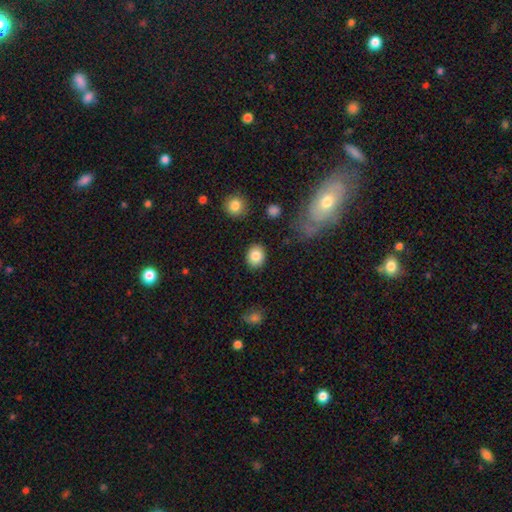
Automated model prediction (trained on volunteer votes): smooth 84%, star or artifact 9%, featured or disk 7%. Down the decision tree: how rounded — round (58%); merging — none (88%).